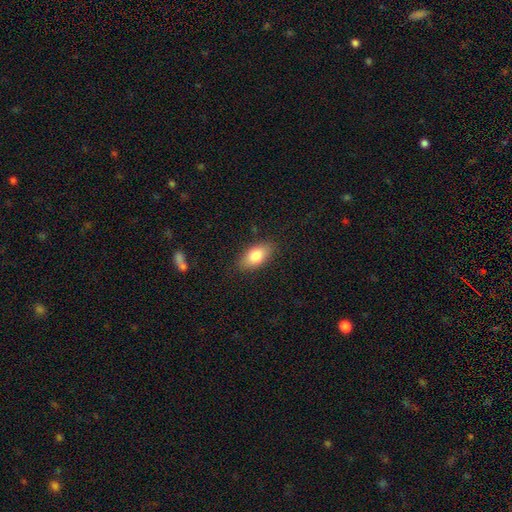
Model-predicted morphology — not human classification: Q: Smooth or featured?
A: smooth (81%); runner-up: featured or disk (12%)
Q: How rounded?
A: in between (90%); runner-up: cigar-shaped (5%)
Q: Merging?
A: none (85%); runner-up: minor disturbance (11%)